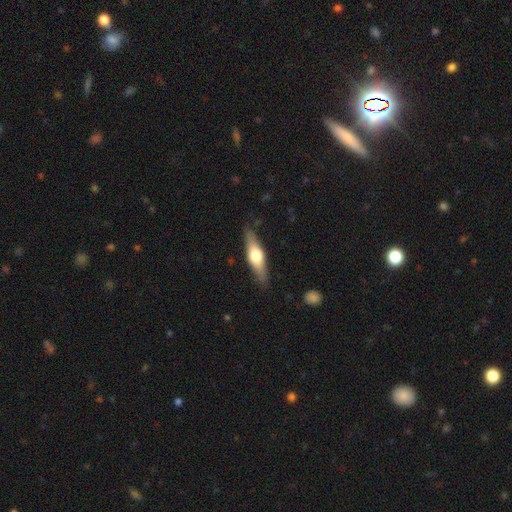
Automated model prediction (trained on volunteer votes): This appears to be a featured or disk galaxy (57%) viewed edge-on (93%) with a rounded central bulge (92%). Merging: none (84%).